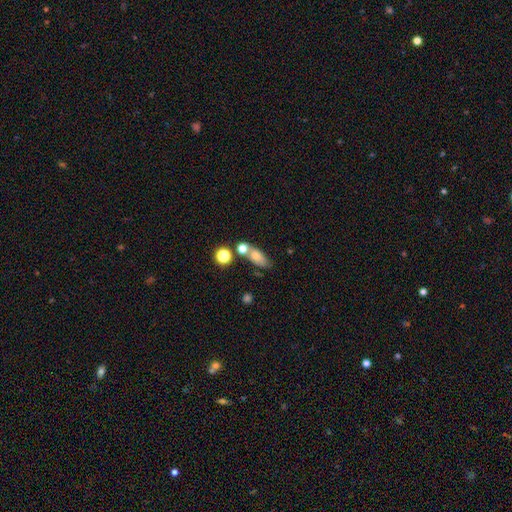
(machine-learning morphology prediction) A smooth galaxy with no disk features (67%) that is in between round and cigar-shaped (71%). Merging: none (51%).